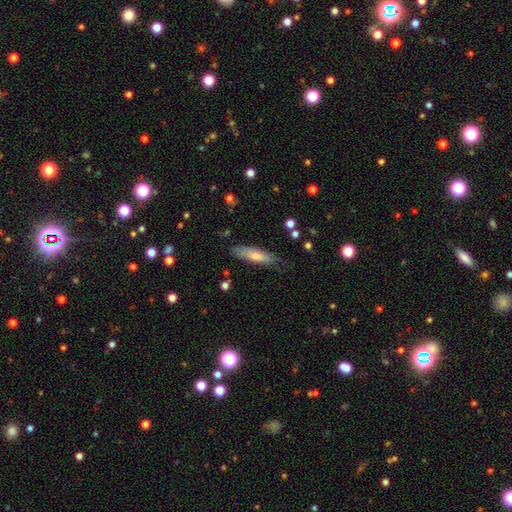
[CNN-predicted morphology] A smooth galaxy with no disk features (74%) that is cigar-shaped (66%).

Vote fractions:
- Smooth or featured? smooth: 74% / featured or disk: 20% / star or artifact: 6%
- How rounded? cigar-shaped: 66% / in between: 32% / round: 1%
- Merging? none: 71% / minor disturbance: 22% / major disturbance: 6% / merger: 2%